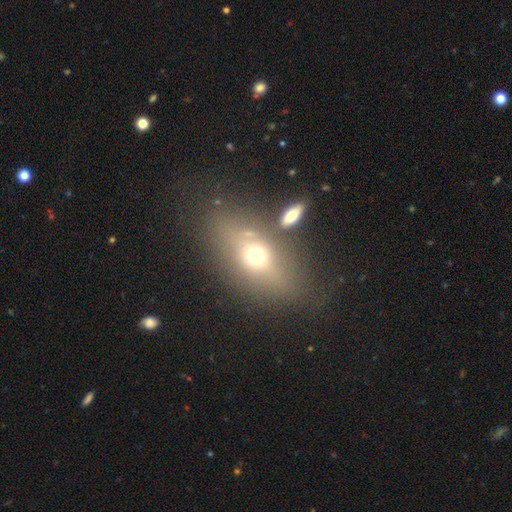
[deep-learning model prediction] Smooth or featured? Predicted: smooth (p=0.61). How rounded? Predicted: in between (p=0.71). Merging? Predicted: none (p=0.59).